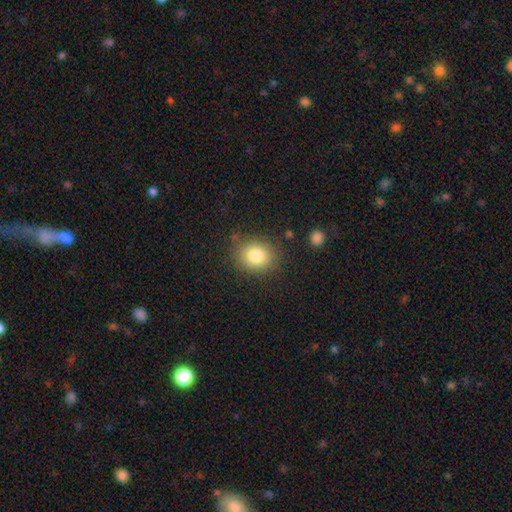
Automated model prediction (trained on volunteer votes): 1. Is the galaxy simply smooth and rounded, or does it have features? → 82% smooth, 10% star or artifact, 8% featured or disk.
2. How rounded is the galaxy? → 66% round, 33% in between, 1% cigar-shaped.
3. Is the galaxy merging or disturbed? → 84% none, 11% minor disturbance, 4% major disturbance, 2% merger.